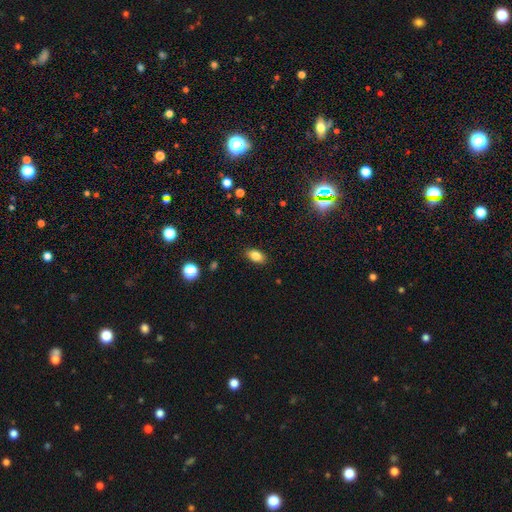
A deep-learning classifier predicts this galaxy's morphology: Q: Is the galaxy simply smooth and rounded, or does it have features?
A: smooth — 83%.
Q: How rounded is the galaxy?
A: in between — 88%.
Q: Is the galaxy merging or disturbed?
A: none — 87%.